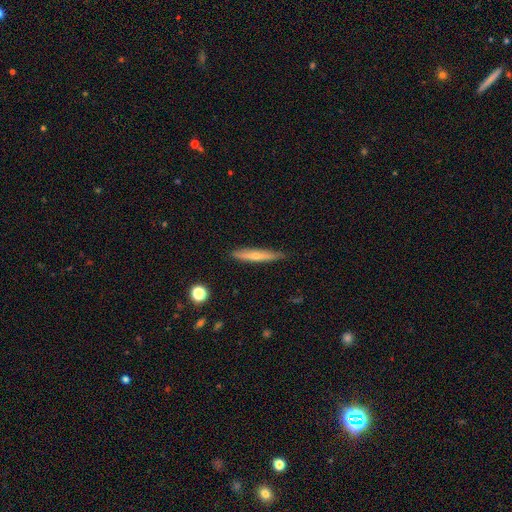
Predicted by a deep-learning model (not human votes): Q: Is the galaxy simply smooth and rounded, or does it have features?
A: featured or disk — 47%.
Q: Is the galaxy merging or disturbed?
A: none — 85%.